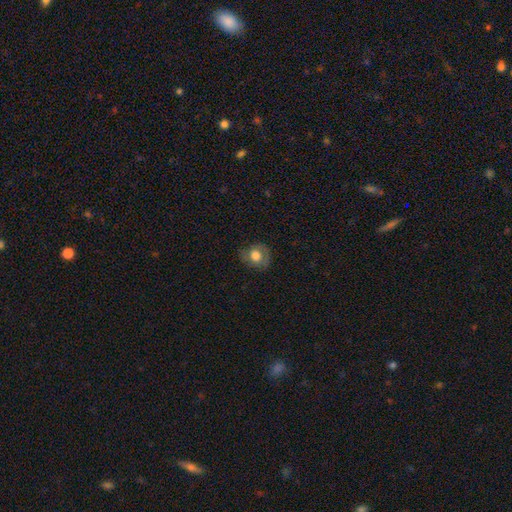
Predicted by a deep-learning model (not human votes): Smooth or featured?
  - smooth: 71% *
  - featured or disk: 20%
  - star or artifact: 9%
How rounded?
  - round: 73% *
  - in between: 26%
  - cigar-shaped: 1%
Merging?
  - none: 73% *
  - minor disturbance: 20%
  - major disturbance: 7%
  - merger: 1%